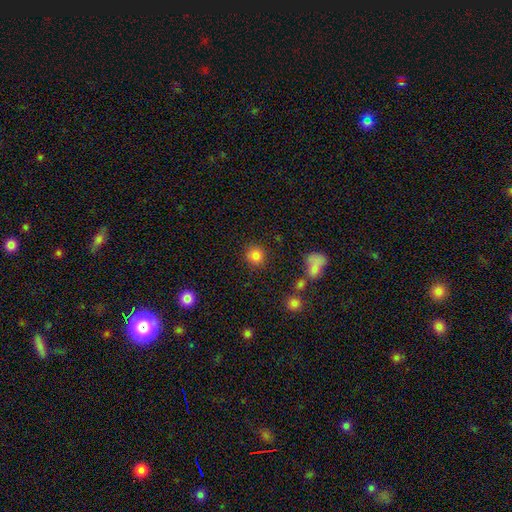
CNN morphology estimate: This is clearly a smooth galaxy (82%). How rounded: clearly round (91%). Merging: clearly none (87%).